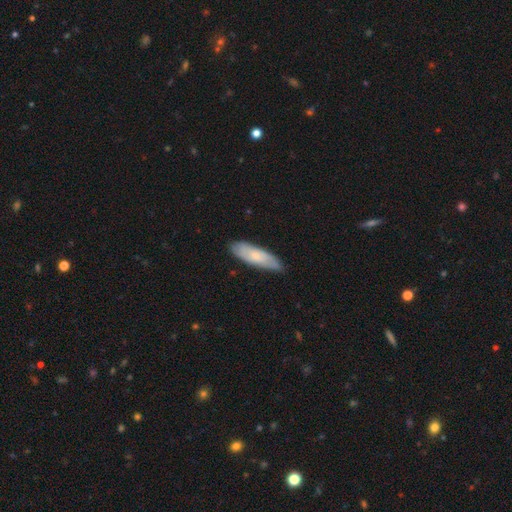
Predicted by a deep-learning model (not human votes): This is likely a smooth galaxy (63%). How rounded: possibly cigar-shaped (53%). Merging: clearly none (80%).